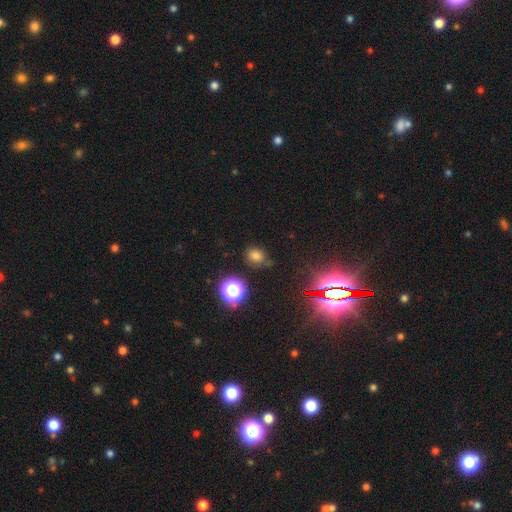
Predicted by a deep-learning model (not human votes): smooth 67%, star or artifact 26%, featured or disk 7%. Down the decision tree: how rounded — round (57%); merging — none (72%).